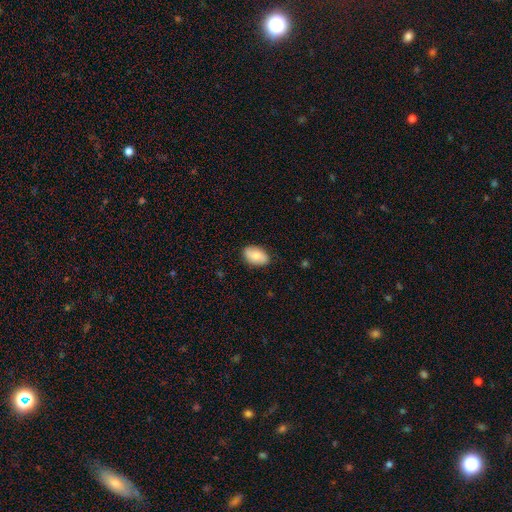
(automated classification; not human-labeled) Smooth or featured: smooth — 74% (featured or disk — 19%)
How rounded: in between — 91% (round — 8%)
Merging: none — 82% (minor disturbance — 14%)